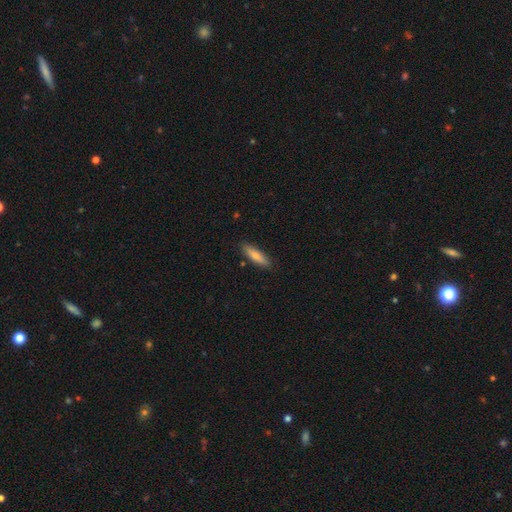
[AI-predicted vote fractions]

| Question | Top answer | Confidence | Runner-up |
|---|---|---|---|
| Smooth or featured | smooth | 72% | featured or disk (22%) |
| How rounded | cigar-shaped | 72% | in between (26%) |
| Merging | none | 87% | minor disturbance (9%) |